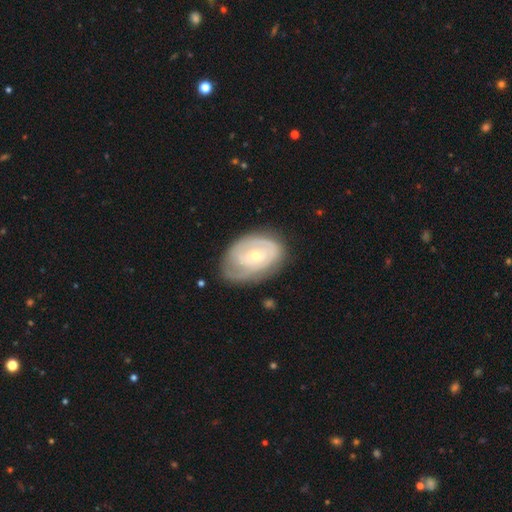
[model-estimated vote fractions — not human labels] smooth-or-featured: featured or disk: 70% | smooth: 24% | star or artifact: 6%
  disk-edge-on: no: 96% | yes: 4%
    bar: no: 72% | weak: 23% | strong: 5%
    has-spiral-arms: yes: 73% | no: 27%
    bulge-size: small: 64% | moderate: 33% | large: 2% | none: 1% | dominant: 1%
  merging: none: 63% | minor disturbance: 25% | major disturbance: 11% | merger: 2%